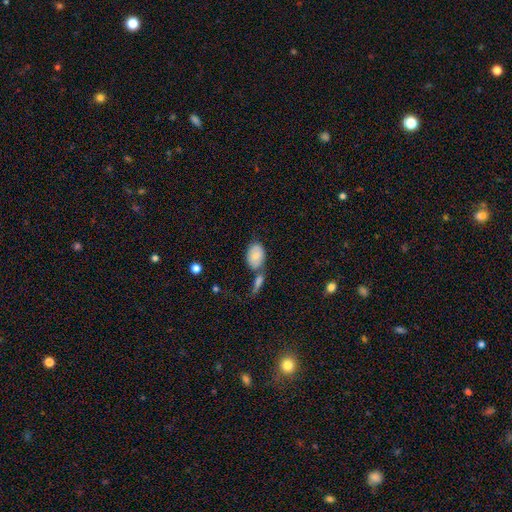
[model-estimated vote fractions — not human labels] smooth-or-featured: smooth: 76% | featured or disk: 17% | star or artifact: 7%
  how-rounded: in between: 86% | round: 12% | cigar-shaped: 2%
  merging: none: 45% | merger: 34% | minor disturbance: 15% | major disturbance: 6%